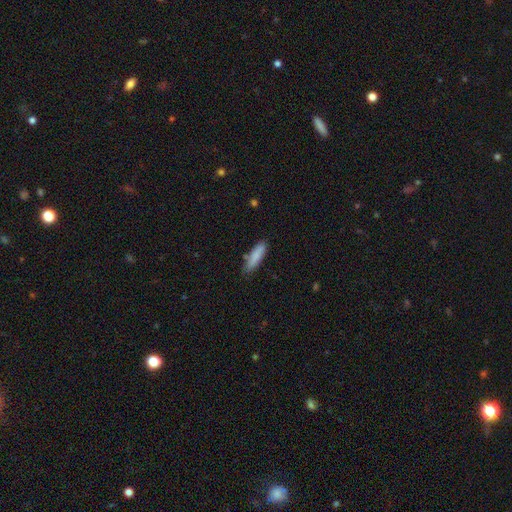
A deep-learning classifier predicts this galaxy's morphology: Smooth or featured: smooth — 85% (featured or disk — 9%)
How rounded: cigar-shaped — 63% (in between — 35%)
Merging: none — 77% (minor disturbance — 17%)